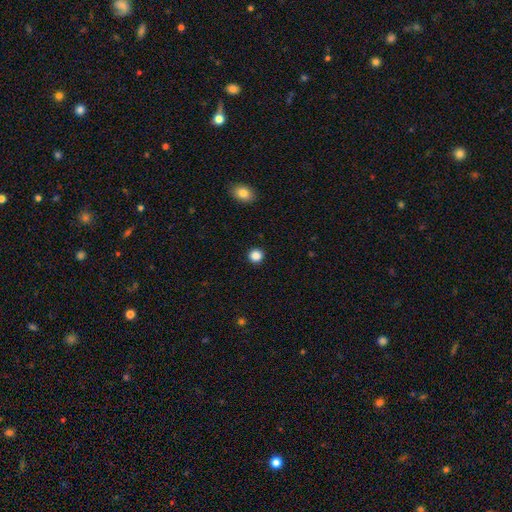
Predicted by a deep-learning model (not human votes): Smooth or featured? smooth (86%)
How rounded? round (94%)
Merging? none (93%)